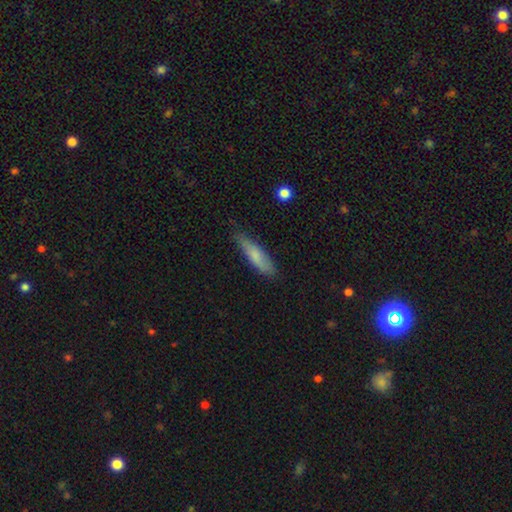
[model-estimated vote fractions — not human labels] Overall: smooth (76%). How rounded: cigar-shaped (69%; in between 30%). Merging: none (72%).